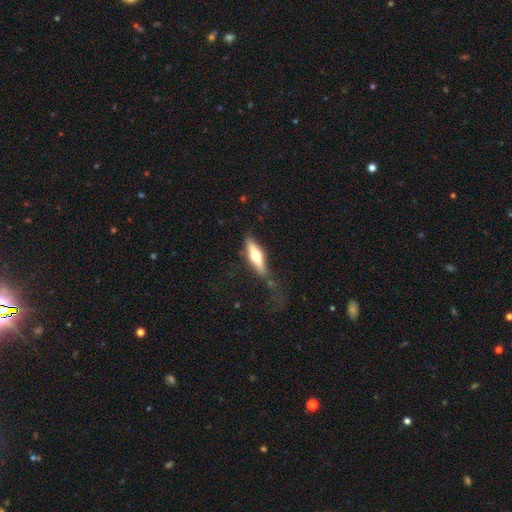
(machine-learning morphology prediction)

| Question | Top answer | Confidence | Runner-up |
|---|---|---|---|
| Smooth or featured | featured or disk | 49% | smooth (45%) |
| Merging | none | 63% | minor disturbance (22%) |